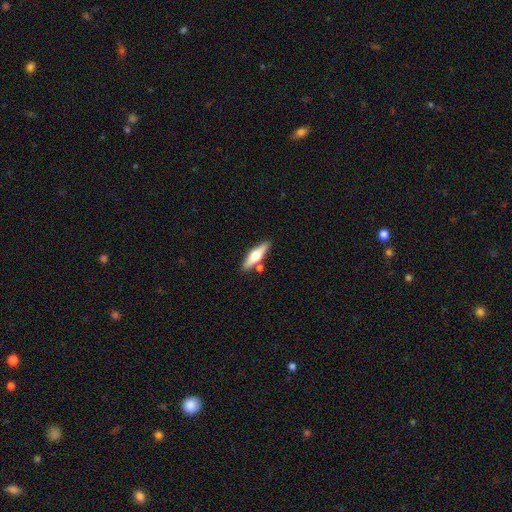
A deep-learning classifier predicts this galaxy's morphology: featured or disk 53%, smooth 42%, star or artifact 6%. Down the decision tree: edge-on disk — yes (93%); merging — none (81%).